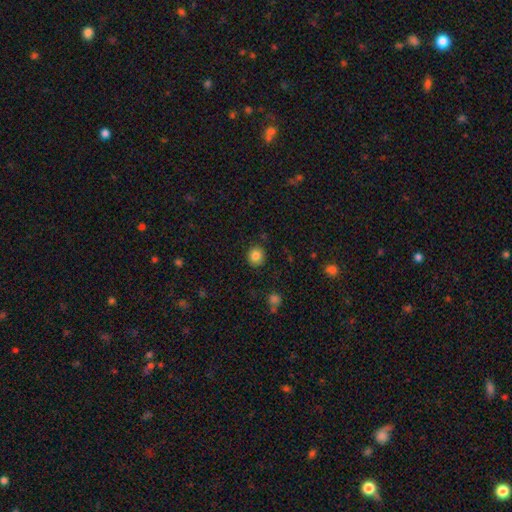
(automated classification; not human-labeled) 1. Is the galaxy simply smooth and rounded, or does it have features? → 84% smooth, 10% star or artifact, 6% featured or disk.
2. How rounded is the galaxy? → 85% round, 14% in between, 1% cigar-shaped.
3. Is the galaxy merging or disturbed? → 88% none, 8% minor disturbance, 2% major disturbance, 2% merger.